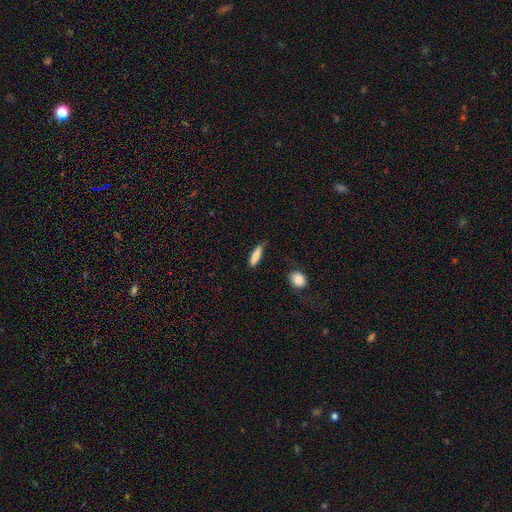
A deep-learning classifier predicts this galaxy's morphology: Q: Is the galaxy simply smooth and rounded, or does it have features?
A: smooth — 80%.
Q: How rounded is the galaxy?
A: cigar-shaped — 67%.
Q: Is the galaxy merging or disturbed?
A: none — 72%.